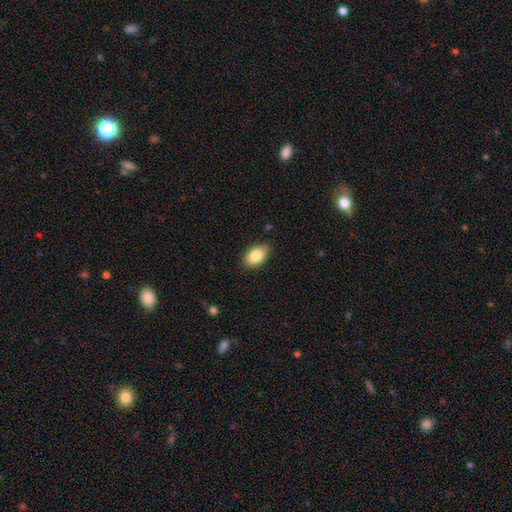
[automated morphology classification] This is clearly a smooth galaxy (86%). How rounded: clearly in between (92%). Merging: clearly none (83%).